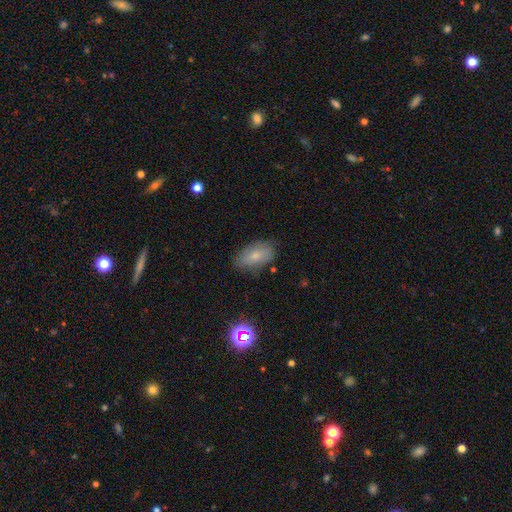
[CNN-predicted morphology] smooth 73%, featured or disk 17%, star or artifact 10%. Down the decision tree: how rounded — in between (91%); merging — none (78%).